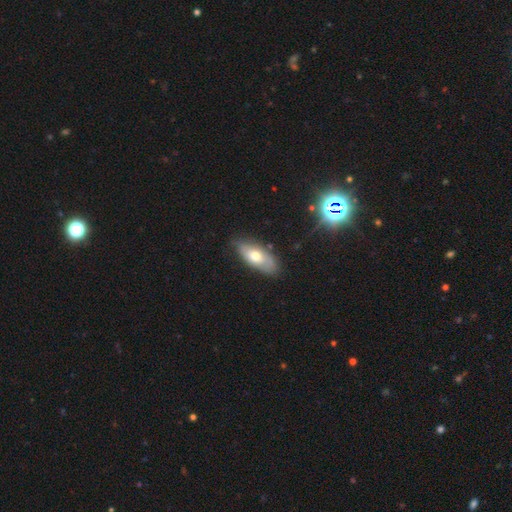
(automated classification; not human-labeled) The model was most divided on "smooth or featured": smooth: 57%, featured or disk: 36%, star or artifact: 7%. More confident: how rounded — in between (86%); merging — none (75%).